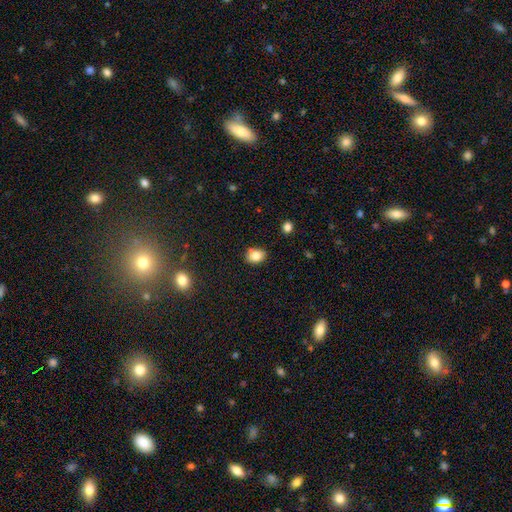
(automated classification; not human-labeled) Q: Smooth or featured?
A: smooth (81%); runner-up: star or artifact (11%)
Q: How rounded?
A: in between (53%); runner-up: round (46%)
Q: Merging?
A: none (69%); runner-up: minor disturbance (19%)